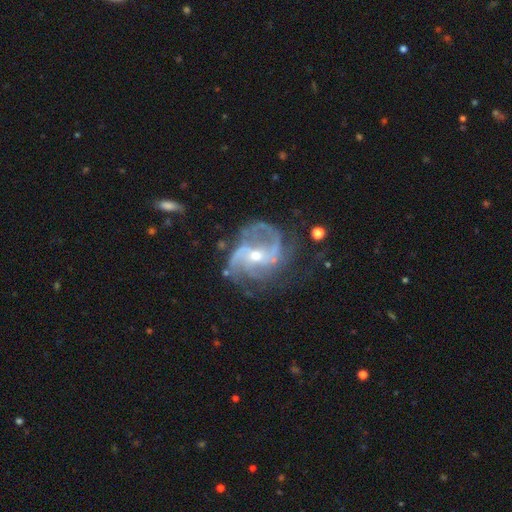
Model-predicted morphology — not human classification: The model was most divided on "bar": no: 42%, weak: 38%, strong: 20%. Remaining: edge-on disk — no (98%); spiral arms — yes (97%); smooth or featured — featured or disk (90%); merging — none (63%); spiral arm count — 2 (57%); bulge size — small (56%); spiral winding — medium (47%).